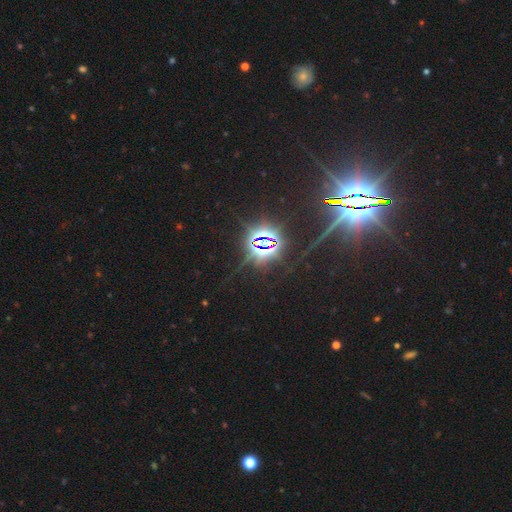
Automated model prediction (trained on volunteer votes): Morphology: type=star or artifact (85%).